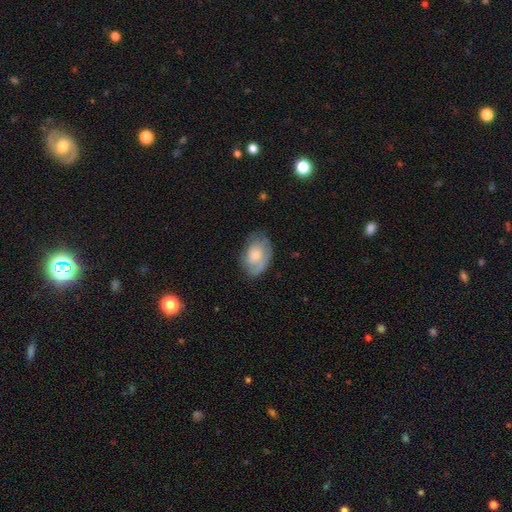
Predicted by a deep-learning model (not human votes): The model was most divided on "smooth or featured": smooth: 53%, featured or disk: 41%, star or artifact: 7%. More confident: how rounded — in between (84%); merging — none (60%).